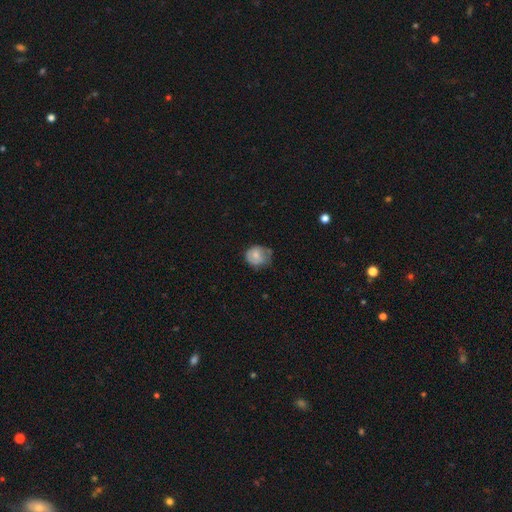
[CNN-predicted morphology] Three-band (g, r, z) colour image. It shows a smooth galaxy with no disk features (68%) that is round (67%). Merging: none (46%).